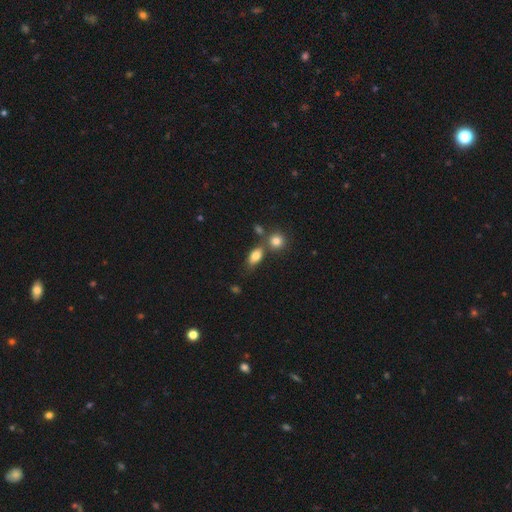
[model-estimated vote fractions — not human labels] smooth_or_featured: smooth (p=0.79) [alt: featured or disk p=0.12]
how_rounded: in between (p=0.84) [alt: round p=0.09]
merging: none (p=0.58) [alt: merger p=0.23]